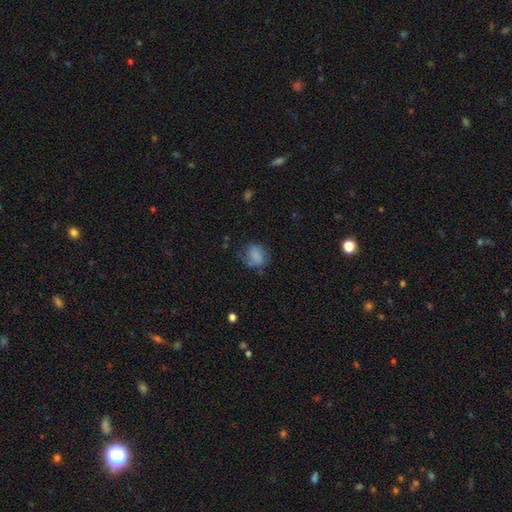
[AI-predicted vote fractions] The model was most divided on "how rounded": in between: 53%, round: 45%, cigar-shaped: 1%. More confident: smooth or featured — smooth (74%); merging — none (52%).